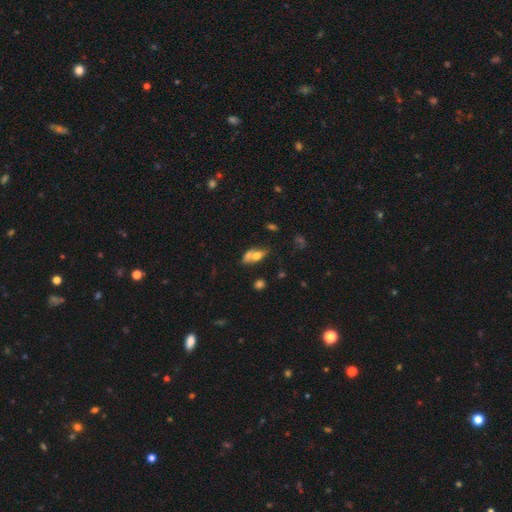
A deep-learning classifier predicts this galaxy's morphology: smooth 58%, featured or disk 31%, star or artifact 10%. Down the decision tree: how rounded — in between (73%); merging — merger (49%).